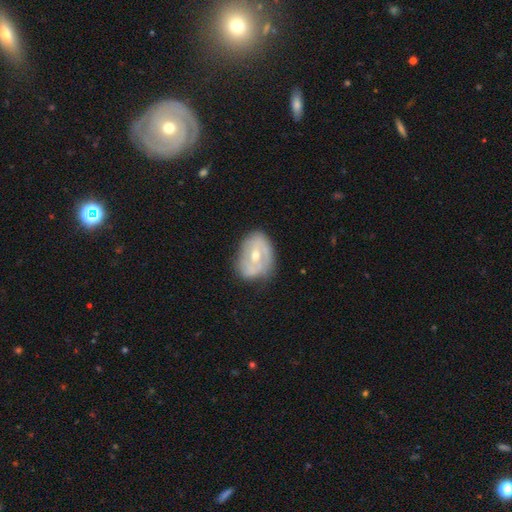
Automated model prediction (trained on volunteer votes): Overall: featured or disk (66%). Edge-on disk: no (95%). Bar: no (51%; weak 34%). Spiral arms: yes (58%; no 42%). Bulge size: moderate (65%; small 32%). Merging: none (64%; minor disturbance 26%).